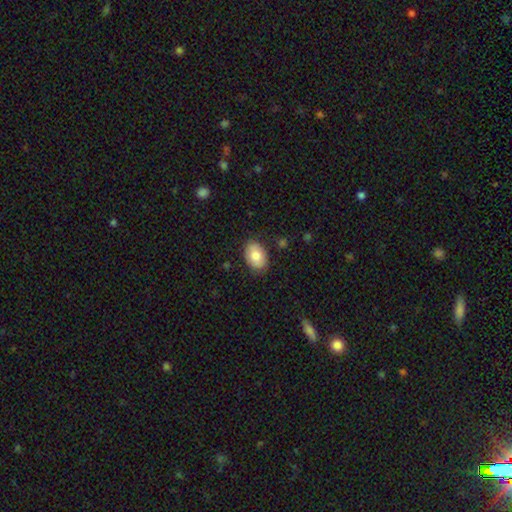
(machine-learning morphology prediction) The model was most divided on "smooth or featured": smooth: 79%, featured or disk: 14%, star or artifact: 7%. More confident: how rounded — in between (83%); merging — none (83%).